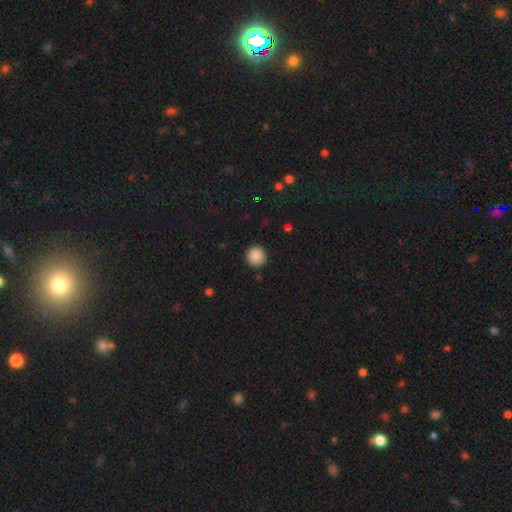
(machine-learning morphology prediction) This is clearly a smooth galaxy (88%). How rounded: clearly round (95%). Merging: clearly none (92%).